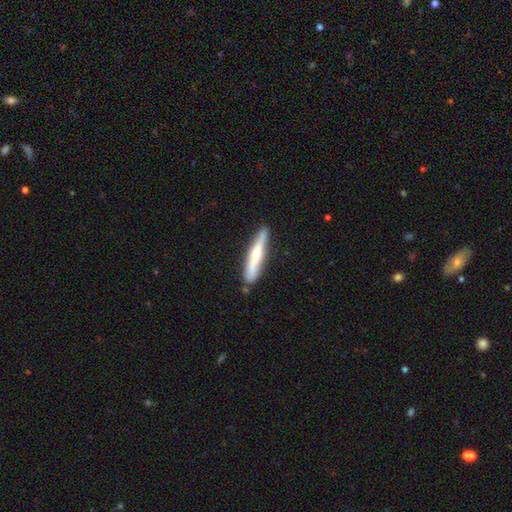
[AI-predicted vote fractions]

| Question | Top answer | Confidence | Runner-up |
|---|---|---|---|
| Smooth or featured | smooth | 49% | featured or disk (45%) |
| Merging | none | 82% | minor disturbance (13%) |